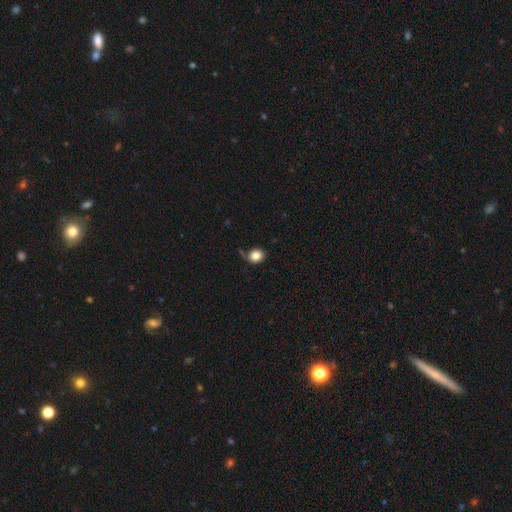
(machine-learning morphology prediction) This appears to be a smooth galaxy with no disk features (83%) that is round (70%). Merging: none (64%).